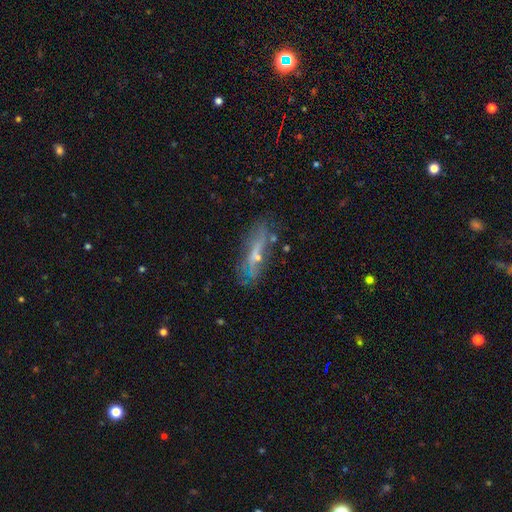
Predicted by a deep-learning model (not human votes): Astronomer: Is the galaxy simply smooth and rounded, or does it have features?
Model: featured or disk — 58%.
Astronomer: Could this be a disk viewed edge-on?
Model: yes — 55% (runner-up: no, 45%).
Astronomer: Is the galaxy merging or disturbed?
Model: none — 68%.